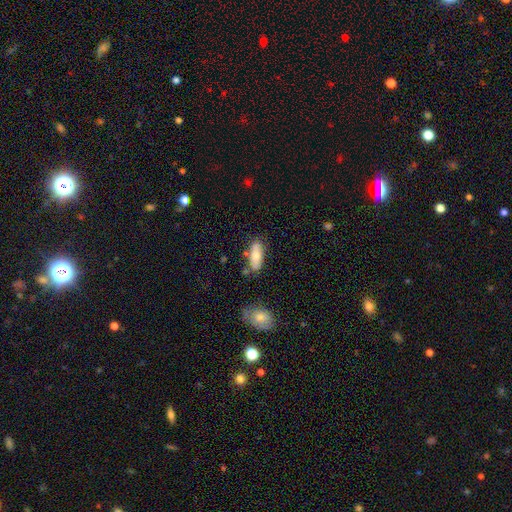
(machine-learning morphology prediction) The model was most divided on "how rounded": in between: 73%, cigar-shaped: 25%, round: 2%. More confident: smooth or featured — smooth (74%); merging — none (71%).